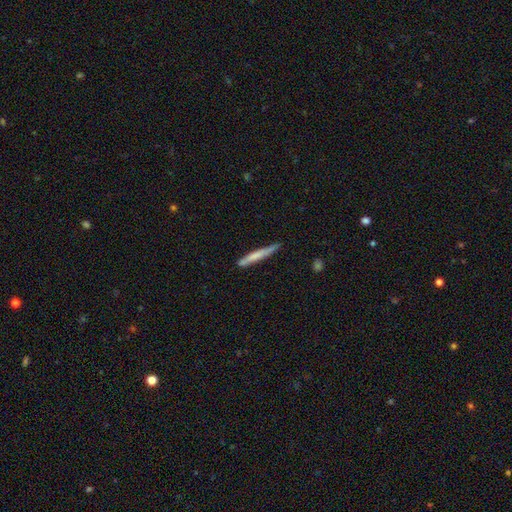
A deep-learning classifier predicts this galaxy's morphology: The model was most divided on "smooth or featured": smooth: 61%, featured or disk: 33%, star or artifact: 6%. More confident: how rounded — cigar-shaped (95%); merging — none (72%).